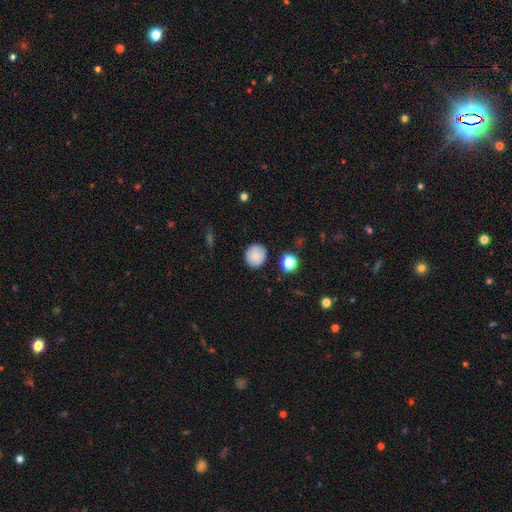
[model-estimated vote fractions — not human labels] This appears to be a smooth galaxy with no disk features (85%) that is round (92%). Merging: none (87%).